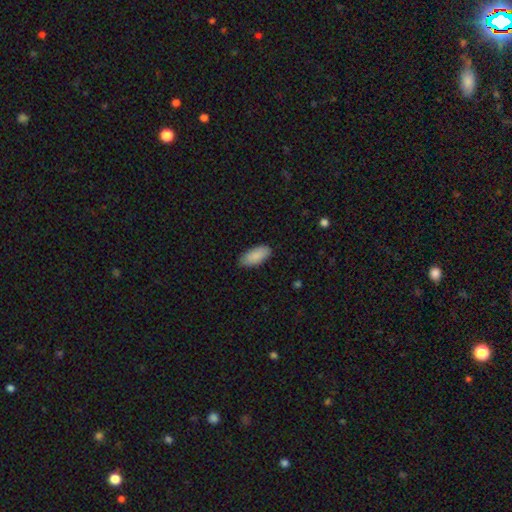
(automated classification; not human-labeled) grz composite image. It shows a smooth galaxy with no disk features (90%) that is in between round and cigar-shaped (90%). Merging: none (86%).